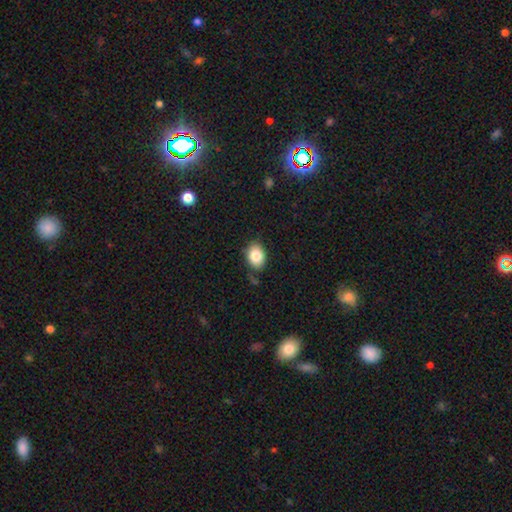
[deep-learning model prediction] Smooth or featured: smooth — 83% (featured or disk — 8%)
How rounded: in between — 74% (round — 25%)
Merging: none — 77% (minor disturbance — 17%)